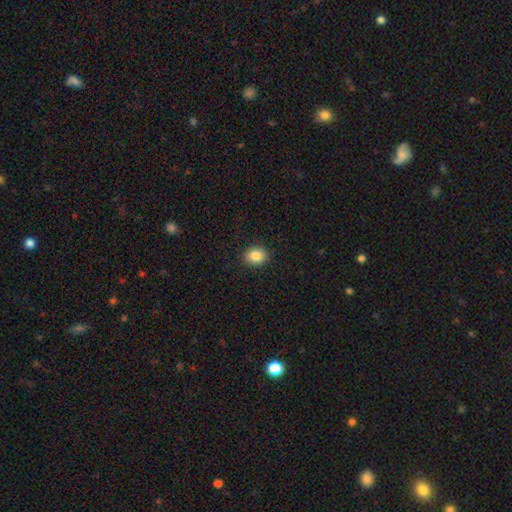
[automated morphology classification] Smooth or featured: smooth — 85% (star or artifact — 9%)
How rounded: round — 51% (in between — 48%)
Merging: none — 90% (minor disturbance — 7%)